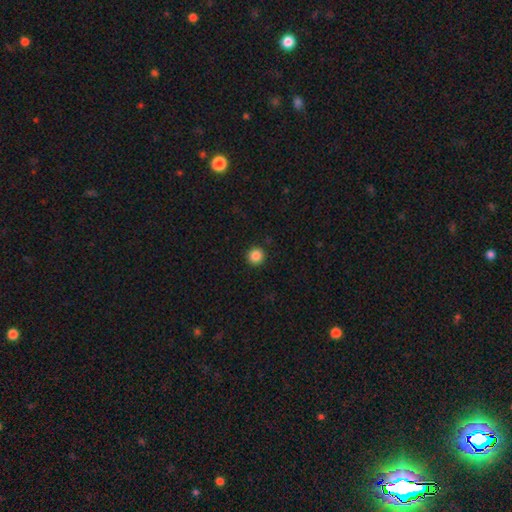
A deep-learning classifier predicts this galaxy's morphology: Smooth or featured?
  - smooth: 86% *
  - star or artifact: 10%
  - featured or disk: 3%
How rounded?
  - round: 96% *
  - in between: 3%
  - cigar-shaped: 1%
Merging?
  - none: 93% *
  - minor disturbance: 4%
  - major disturbance: 2%
  - merger: 1%